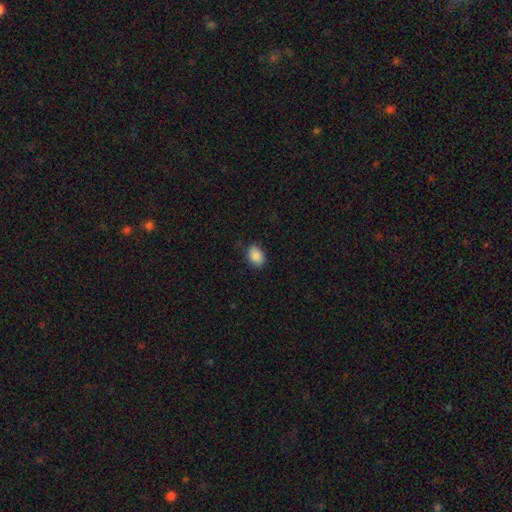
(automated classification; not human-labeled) Q: Smooth or featured?
A: smooth (88%); runner-up: star or artifact (8%)
Q: How rounded?
A: in between (77%); runner-up: round (22%)
Q: Merging?
A: none (83%); runner-up: minor disturbance (13%)